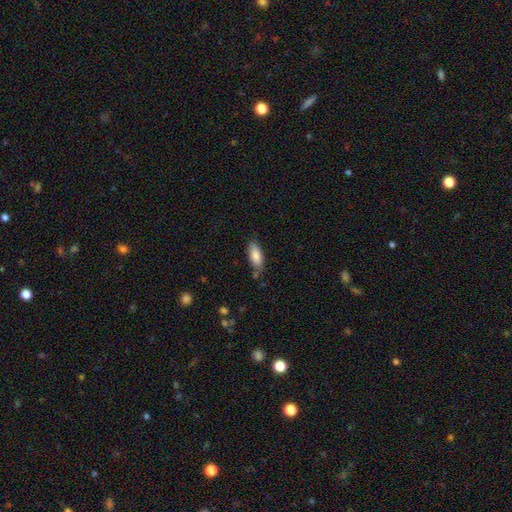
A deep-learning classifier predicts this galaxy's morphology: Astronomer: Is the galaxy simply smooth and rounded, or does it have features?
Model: smooth — 84%.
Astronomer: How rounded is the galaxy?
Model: in between — 78%.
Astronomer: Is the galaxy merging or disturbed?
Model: none — 73%.